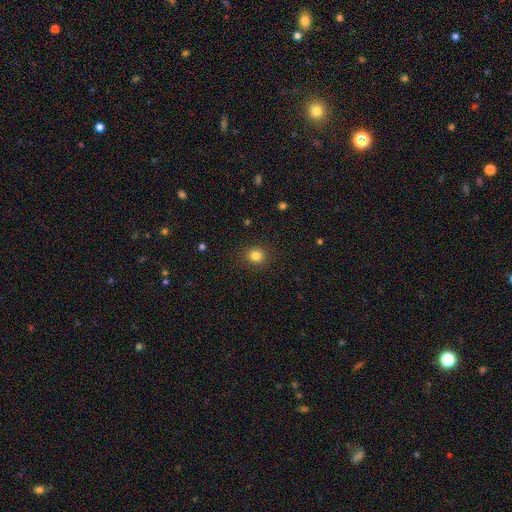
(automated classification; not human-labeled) Morphology: type=smooth (82%); roundness=round (84%); merging=none (90%).